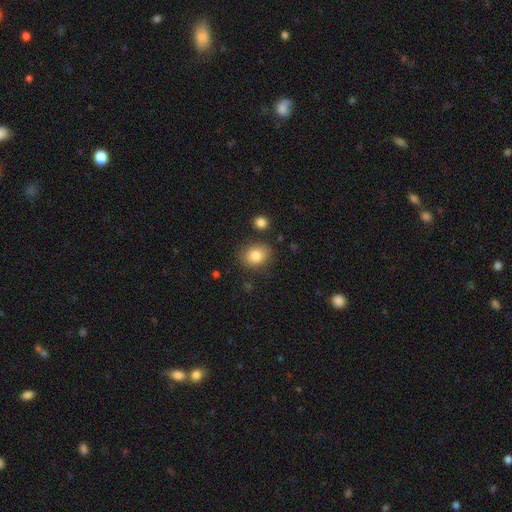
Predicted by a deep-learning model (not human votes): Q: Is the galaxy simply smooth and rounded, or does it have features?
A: smooth — 82%.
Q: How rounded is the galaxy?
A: round — 53%.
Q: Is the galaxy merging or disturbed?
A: none — 80%.